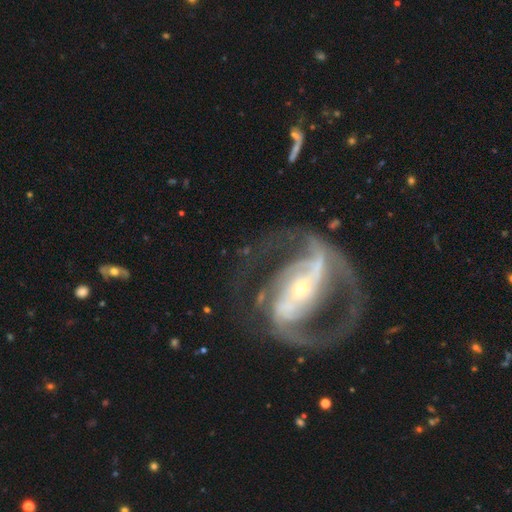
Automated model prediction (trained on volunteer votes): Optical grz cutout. It shows a featured or disk galaxy (90%) with a strong bar (61%), 2 (88%) medium (54%) spiral arms (93%) and a small central bulge (74%). Merging: none (65%).